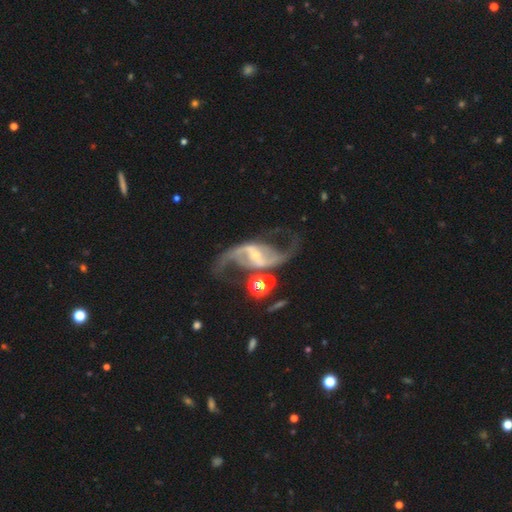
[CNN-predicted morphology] smooth-or-featured: featured or disk: 90% | star or artifact: 6% | smooth: 4%
  disk-edge-on: no: 97% | yes: 3%
    bar: strong: 51% | weak: 33% | no: 16%
    has-spiral-arms: yes: 97% | no: 3%
      spiral-winding: loose: 60% | medium: 34% | tight: 6%
      spiral-arm-count: 2: 94% | can't tell: 2% | 1: 1% | 3: 1% | 4: 1% | more than 4: 1%
    bulge-size: small: 63% | moderate: 31% | large: 3% | none: 3% | dominant: 1%
  merging: none: 66% | minor disturbance: 14% | major disturbance: 12% | merger: 8%